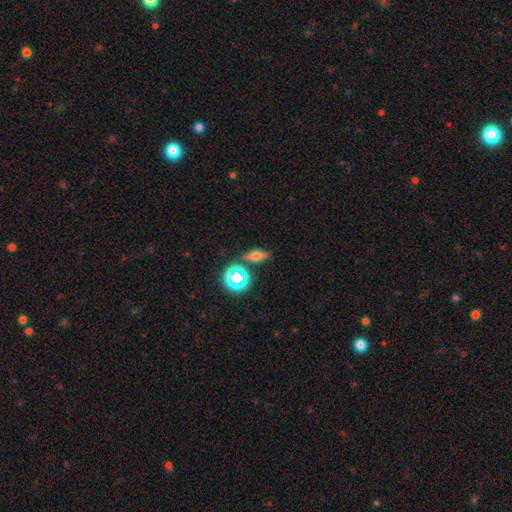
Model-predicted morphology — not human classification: Smooth or featured? Predicted: smooth (p=0.53). How rounded? Predicted: in between (p=0.55). Merging? Predicted: none (p=0.78).